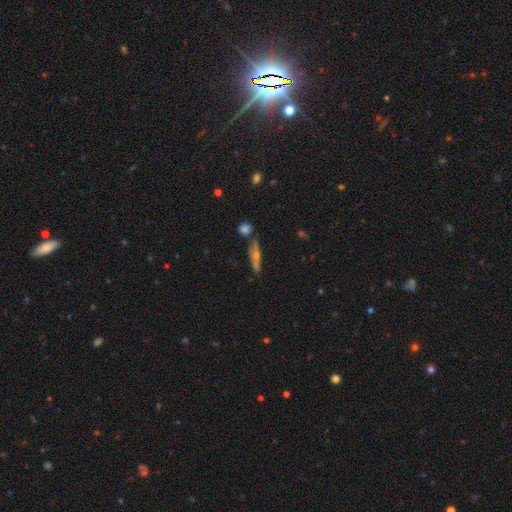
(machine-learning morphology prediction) smooth-or-featured: featured or disk: 57% | smooth: 33% | star or artifact: 10%
  disk-edge-on: yes: 86% | no: 14%
  merging: none: 77% | minor disturbance: 12% | merger: 8% | major disturbance: 3%